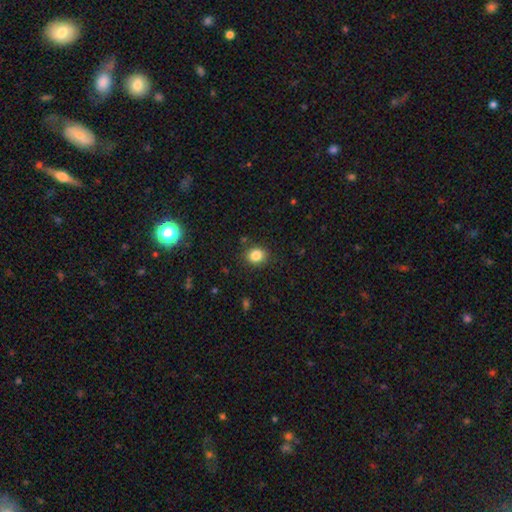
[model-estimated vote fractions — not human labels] Morphology: type=smooth (84%); roundness=round (64%); merging=none (86%).